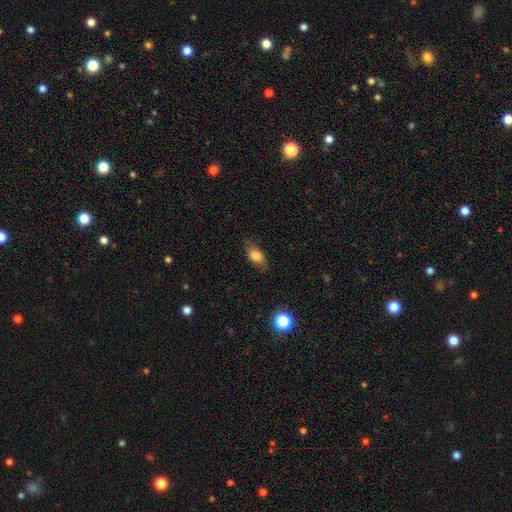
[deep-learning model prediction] Smooth or featured?
  - smooth: 75% *
  - featured or disk: 17%
  - star or artifact: 8%
How rounded?
  - in between: 82% *
  - cigar-shaped: 9%
  - round: 9%
Merging?
  - none: 75% *
  - minor disturbance: 18%
  - major disturbance: 6%
  - merger: 1%